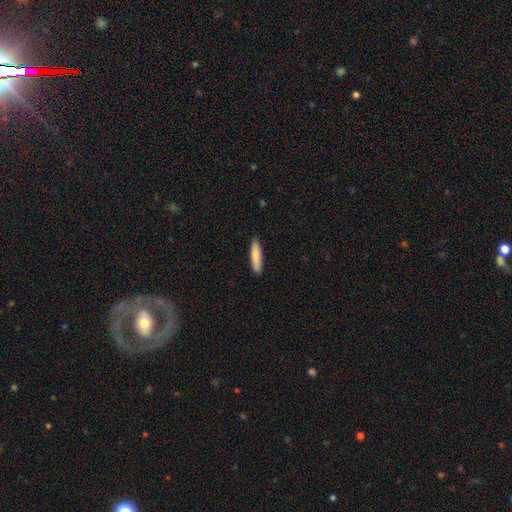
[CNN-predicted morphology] This is clearly a smooth galaxy (84%). How rounded: likely cigar-shaped (79%). Merging: clearly none (87%).